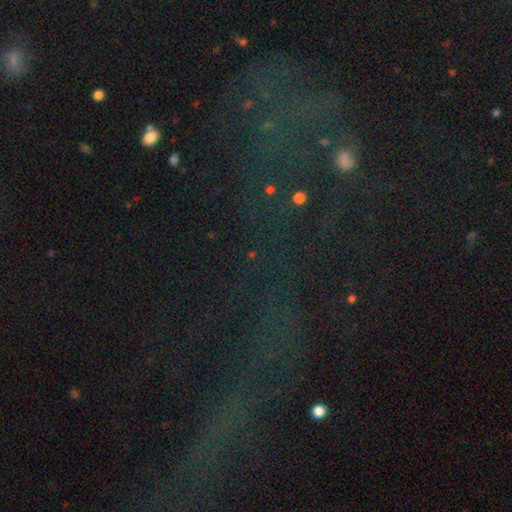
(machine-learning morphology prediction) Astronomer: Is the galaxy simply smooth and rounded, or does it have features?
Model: star or artifact — 62%.